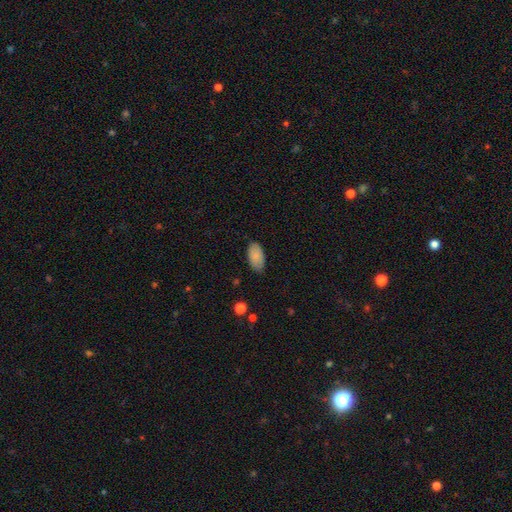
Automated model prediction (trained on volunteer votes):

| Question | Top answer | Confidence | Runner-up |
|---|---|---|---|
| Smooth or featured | smooth | 86% | star or artifact (7%) |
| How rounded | in between | 95% | round (3%) |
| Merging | none | 83% | minor disturbance (13%) |